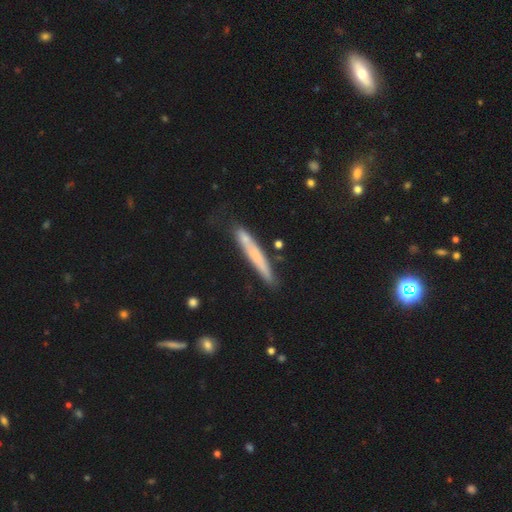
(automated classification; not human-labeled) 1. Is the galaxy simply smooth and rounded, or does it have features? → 57% smooth, 36% featured or disk, 7% star or artifact.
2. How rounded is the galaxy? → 95% cigar-shaped, 4% in between, 1% round.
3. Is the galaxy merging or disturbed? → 74% none, 18% minor disturbance, 4% merger, 4% major disturbance.